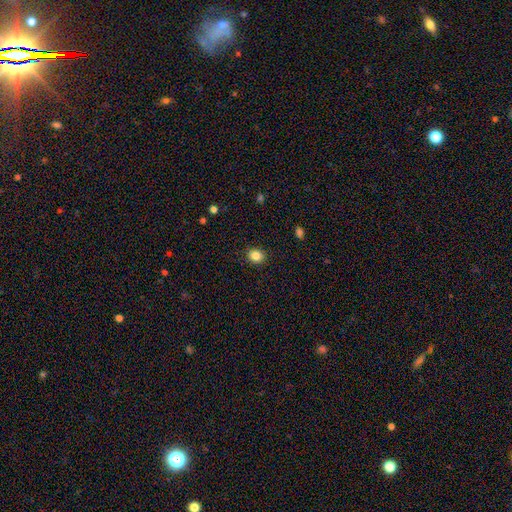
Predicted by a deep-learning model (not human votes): Overall: smooth (85%). How rounded: round (70%). Merging: none (90%).